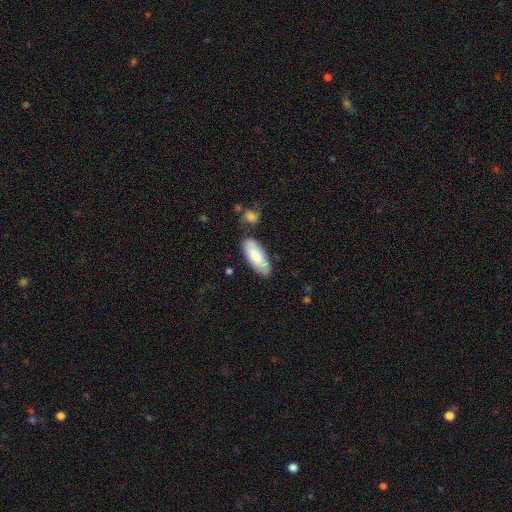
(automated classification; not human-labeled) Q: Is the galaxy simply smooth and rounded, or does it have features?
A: smooth — 81%.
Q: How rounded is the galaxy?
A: in between — 79%.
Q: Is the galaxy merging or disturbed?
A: none — 73%.